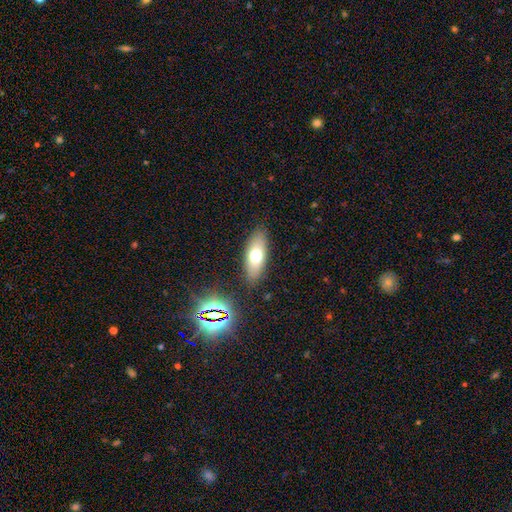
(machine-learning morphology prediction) Q: Smooth or featured?
A: smooth (65%); runner-up: featured or disk (25%)
Q: How rounded?
A: in between (71%); runner-up: cigar-shaped (26%)
Q: Merging?
A: none (86%); runner-up: minor disturbance (9%)